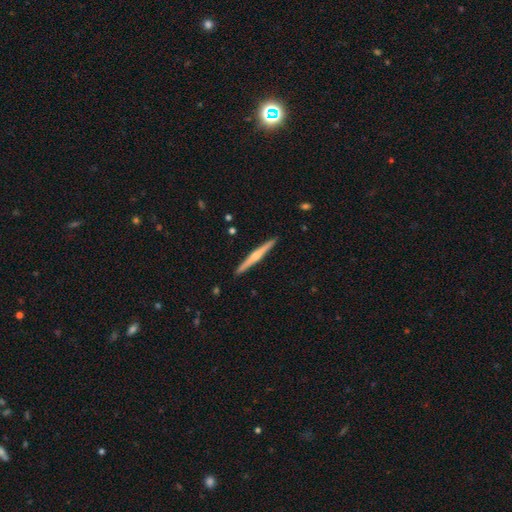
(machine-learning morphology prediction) A featured or disk galaxy (66%) viewed edge-on (98%) with a rounded central bulge (75%). Merging: none (92%).